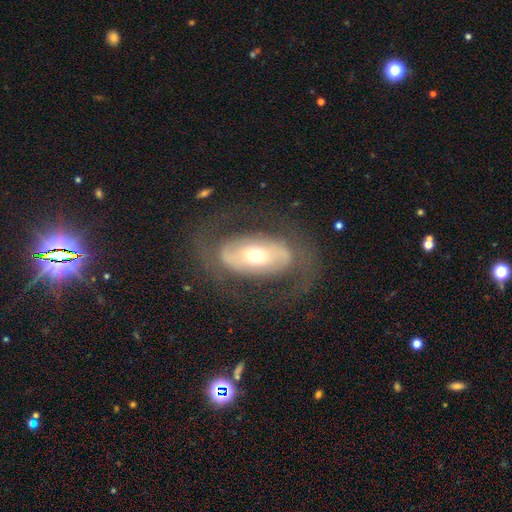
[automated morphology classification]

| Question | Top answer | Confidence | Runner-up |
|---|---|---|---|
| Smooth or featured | featured or disk | 72% | smooth (22%) |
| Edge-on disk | no | 92% | yes (8%) |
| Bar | no | 48% | weak (27%) |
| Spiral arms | yes | 65% | no (35%) |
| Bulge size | moderate | 64% | small (24%) |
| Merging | none | 72% | major disturbance (14%) |